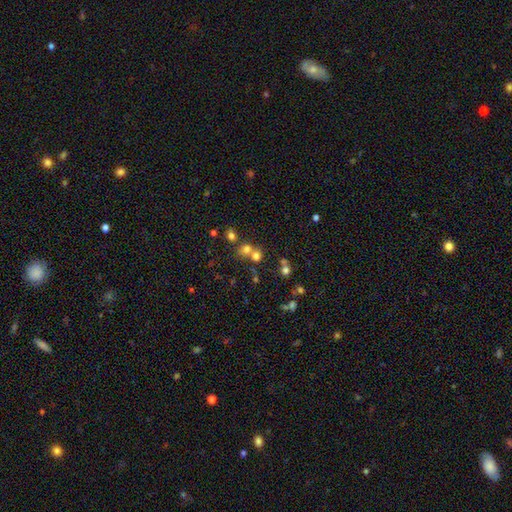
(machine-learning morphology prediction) A smooth galaxy with no disk features (67%) that is round (82%).

Vote fractions:
- Smooth or featured? smooth: 67% / star or artifact: 22% / featured or disk: 12%
- How rounded? round: 82% / in between: 17% / cigar-shaped: 1%
- Merging? none: 48% / merger: 42% / minor disturbance: 6% / major disturbance: 3%